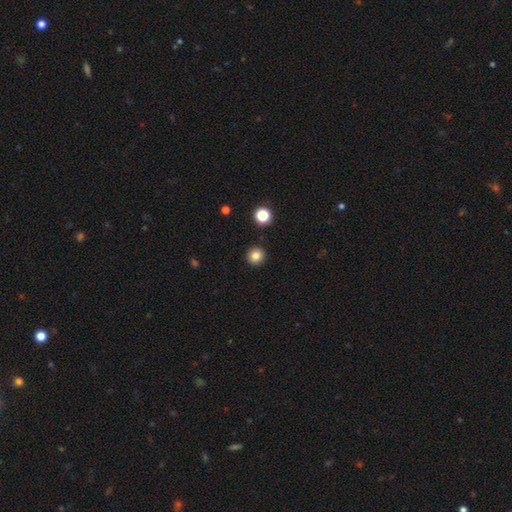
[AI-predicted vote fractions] Smooth or featured? smooth (83%)
How rounded? round (93%)
Merging? none (92%)